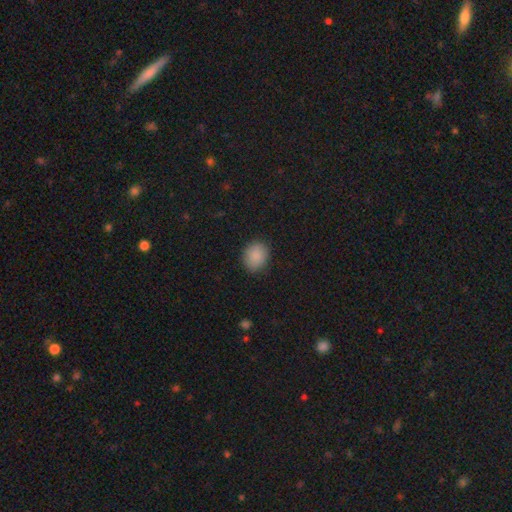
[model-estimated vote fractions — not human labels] smooth-or-featured: smooth: 89% | star or artifact: 8% | featured or disk: 4%
  how-rounded: round: 56% | in between: 43% | cigar-shaped: 1%
  merging: none: 87% | minor disturbance: 10% | major disturbance: 2% | merger: 1%